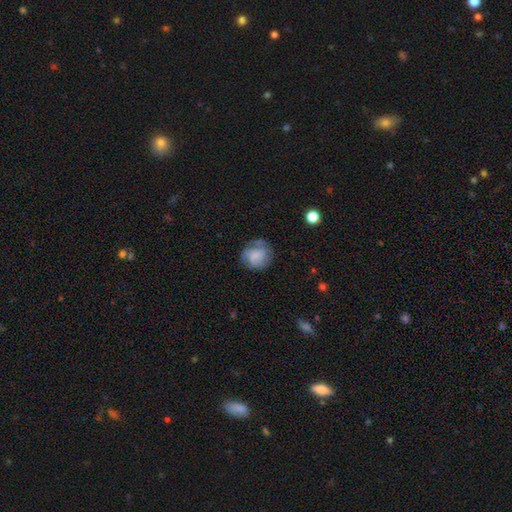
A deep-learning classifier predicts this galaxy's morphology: smooth 58%, featured or disk 34%, star or artifact 8%. Down the decision tree: how rounded — round (78%); merging — none (60%).